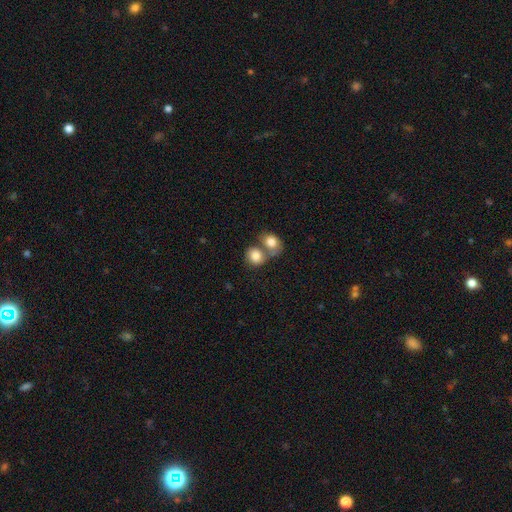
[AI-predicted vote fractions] Morphology: type=smooth (81%); roundness=round (68%); merging=merger (62%).